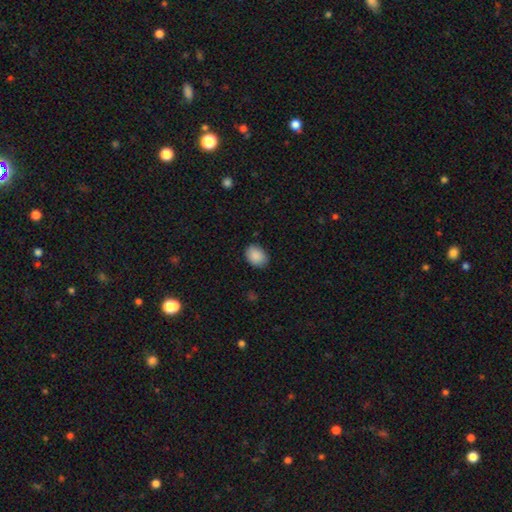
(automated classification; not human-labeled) Smooth or featured? Predicted: smooth (p=0.89). How rounded? Predicted: in between (p=0.65). Merging? Predicted: none (p=0.83).